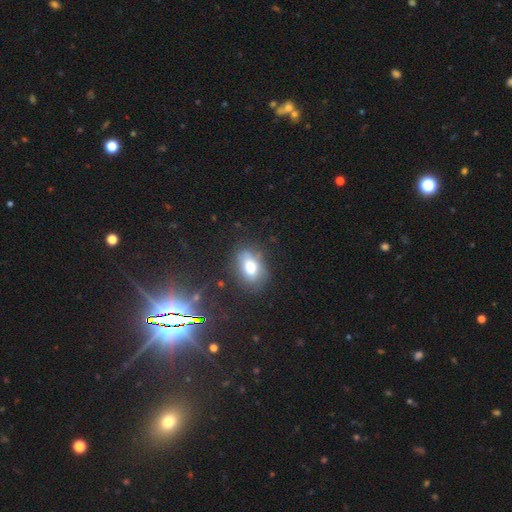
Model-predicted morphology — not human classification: This appears to be a smooth galaxy with no disk features (50%) that is in between round and cigar-shaped (81%). Merging: none (83%).